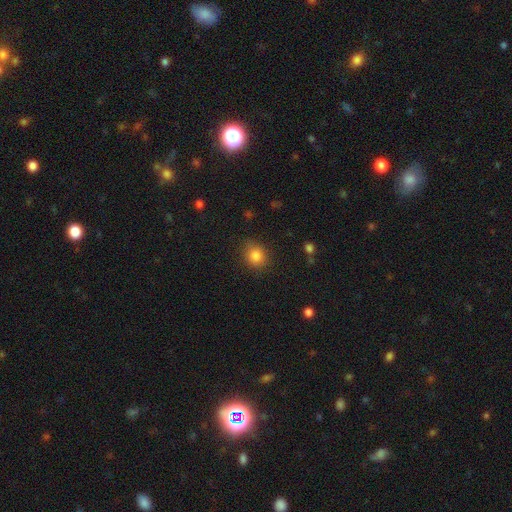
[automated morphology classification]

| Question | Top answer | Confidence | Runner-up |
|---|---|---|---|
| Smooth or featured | smooth | 84% | star or artifact (11%) |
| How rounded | round | 76% | in between (23%) |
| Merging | none | 83% | minor disturbance (13%) |